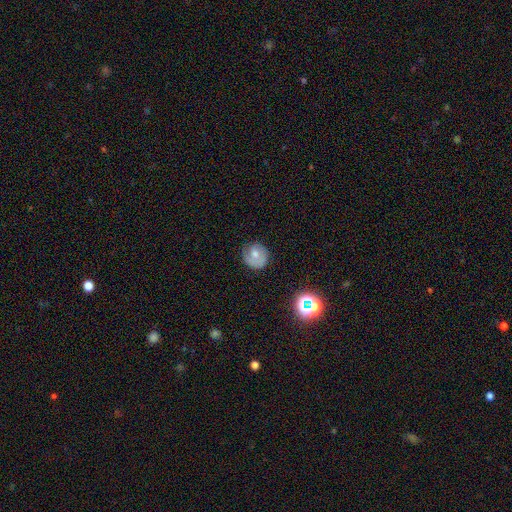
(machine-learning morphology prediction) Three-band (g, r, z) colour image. It shows a smooth galaxy with no disk features (47%). Merging: none (66%).